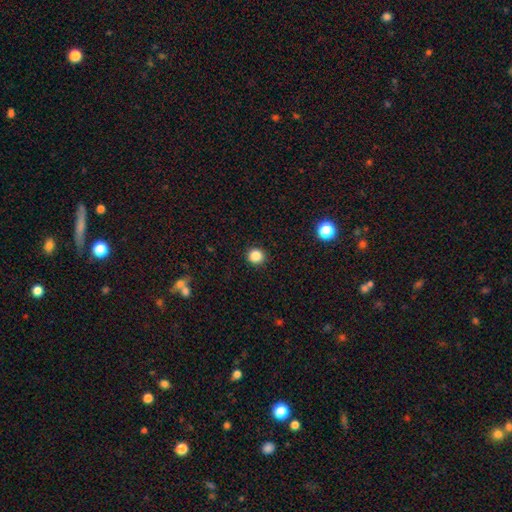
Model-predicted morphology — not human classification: smooth_or_featured: smooth (p=0.85) [alt: star or artifact p=0.12]
how_rounded: round (p=0.93) [alt: in between p=0.06]
merging: none (p=0.92) [alt: minor disturbance p=0.05]